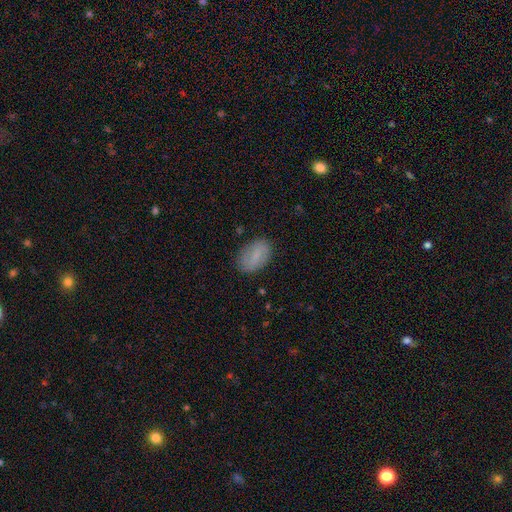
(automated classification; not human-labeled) This is likely a smooth galaxy (62%). How rounded: clearly in between (89%). Merging: clearly none (81%).